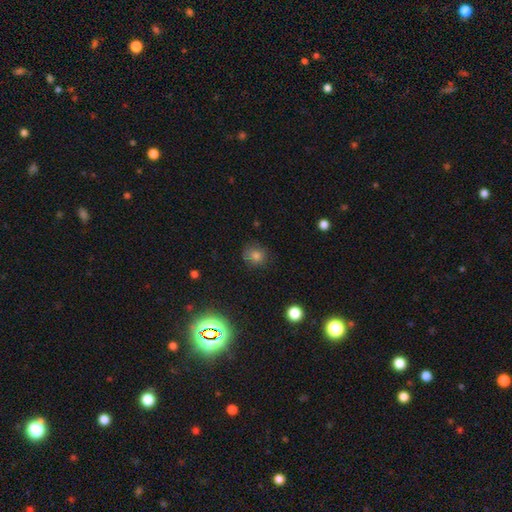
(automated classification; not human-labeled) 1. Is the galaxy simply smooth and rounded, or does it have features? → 77% smooth, 16% star or artifact, 7% featured or disk.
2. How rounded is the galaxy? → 82% round, 17% in between, 1% cigar-shaped.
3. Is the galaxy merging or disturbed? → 77% none, 16% minor disturbance, 4% major disturbance, 2% merger.